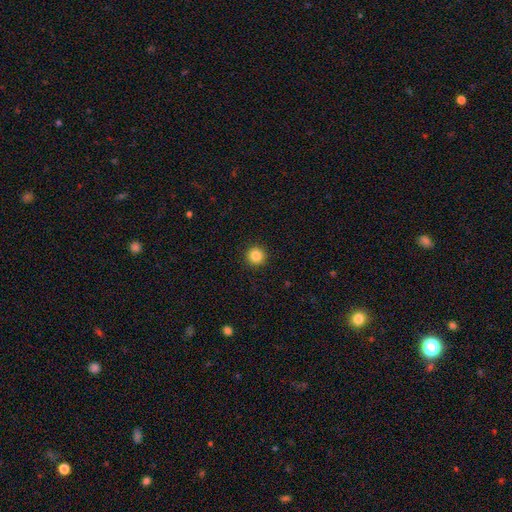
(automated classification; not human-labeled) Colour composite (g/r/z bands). It shows a smooth galaxy with no disk features (85%) that is round (96%). Merging: none (93%).